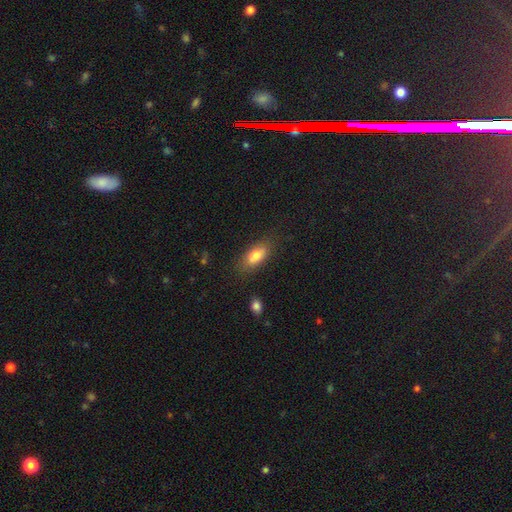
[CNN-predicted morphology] A smooth galaxy with no disk features (78%) that is in between round and cigar-shaped (82%).

Vote fractions:
- Smooth or featured? smooth: 78% / featured or disk: 15% / star or artifact: 7%
- How rounded? in between: 82% / cigar-shaped: 15% / round: 3%
- Merging? none: 78% / minor disturbance: 15% / major disturbance: 5% / merger: 2%